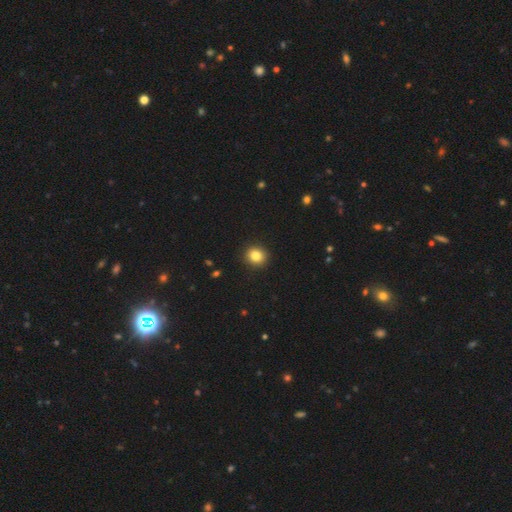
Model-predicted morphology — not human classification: This is clearly a smooth galaxy (84%). How rounded: clearly round (83%). Merging: clearly none (91%).